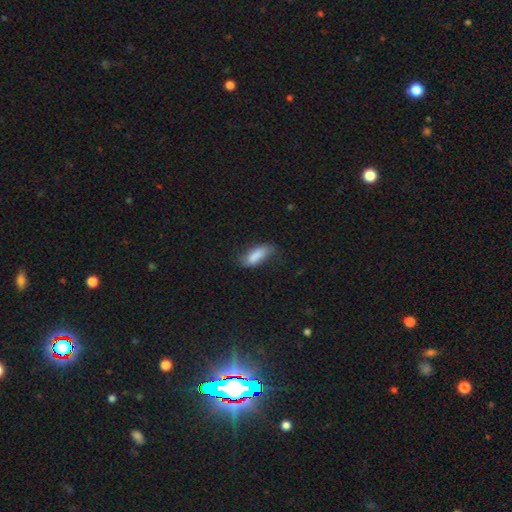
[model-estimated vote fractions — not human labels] A smooth galaxy with no disk features (82%) that is in between round and cigar-shaped (74%). Merging: none (54%).